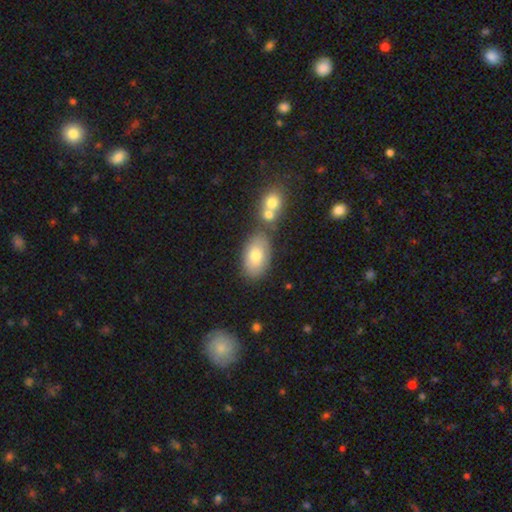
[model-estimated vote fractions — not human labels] Overall: smooth (74%). How rounded: in between (92%). Merging: none (64%).